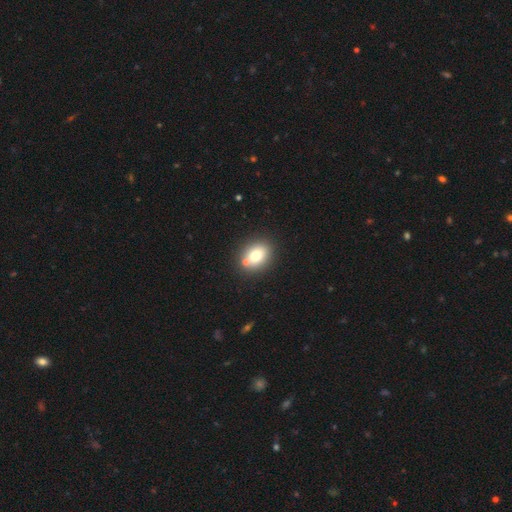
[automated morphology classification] Overall: smooth (75%). How rounded: in between (55%; round 44%). Merging: none (73%).